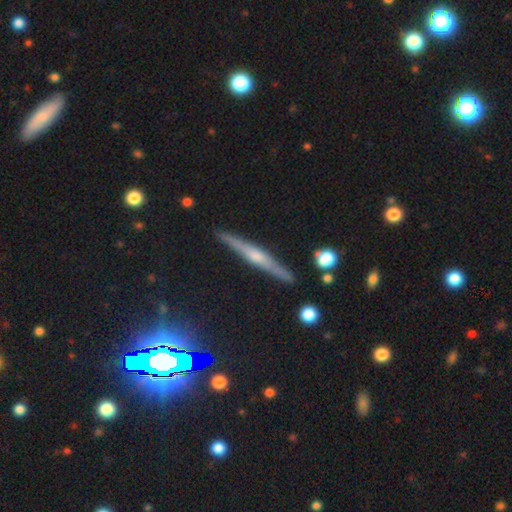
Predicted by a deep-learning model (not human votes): Q: Smooth or featured?
A: featured or disk (69%); runner-up: smooth (22%)
Q: Edge-on disk?
A: yes (97%); runner-up: no (3%)
Q: Edge-on bulge?
A: rounded (73%); runner-up: none (16%)
Q: Merging?
A: none (90%); runner-up: minor disturbance (7%)